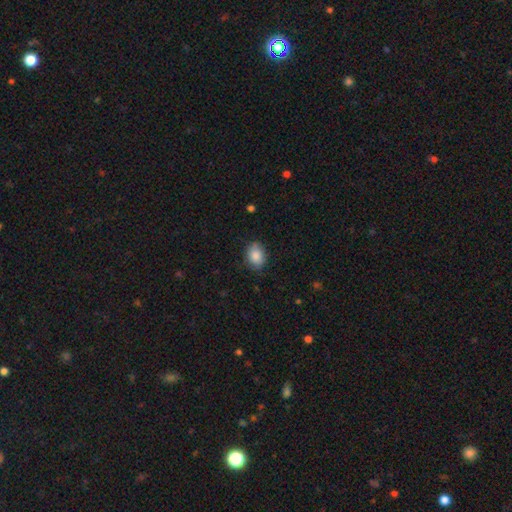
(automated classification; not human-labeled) This appears to be a smooth galaxy with no disk features (87%) that is in between round and cigar-shaped (65%). Merging: none (77%).